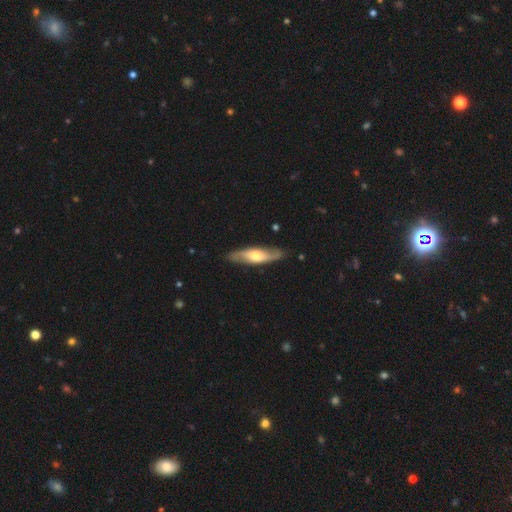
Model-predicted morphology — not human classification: type=featured or disk (60%); edge-on=yes (54%); merging=none (85%).